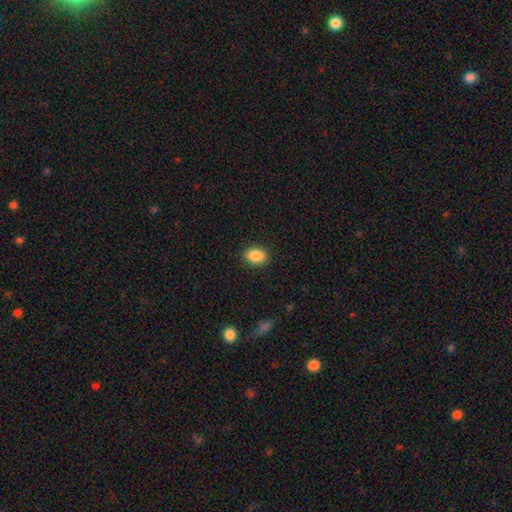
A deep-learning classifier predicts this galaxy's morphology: The model was most divided on "how rounded": in between: 72%, round: 27%, cigar-shaped: 1%. More confident: merging — none (89%); smooth or featured — smooth (88%).